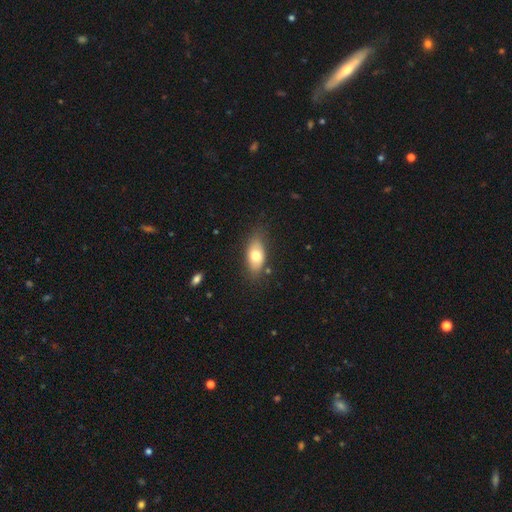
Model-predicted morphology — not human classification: Smooth or featured: smooth — 71% (featured or disk — 22%)
How rounded: in between — 89% (cigar-shaped — 6%)
Merging: none — 76% (minor disturbance — 17%)